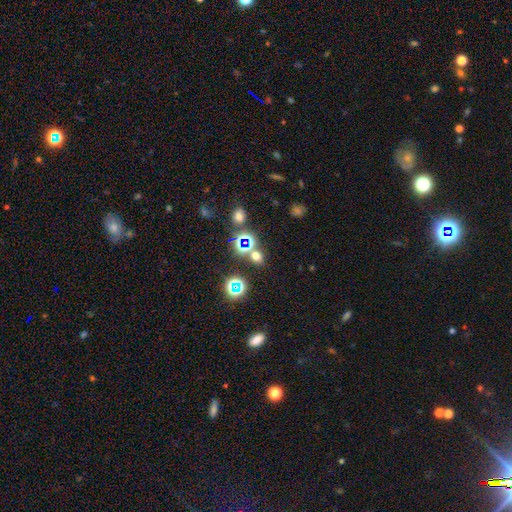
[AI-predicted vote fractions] Overall: smooth (47%; star or artifact 45%). Merging: none (71%).